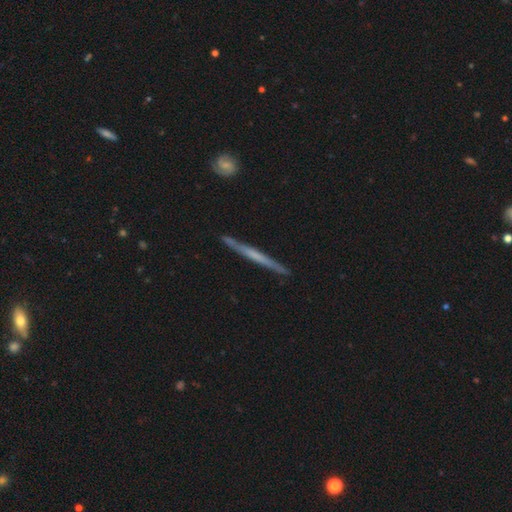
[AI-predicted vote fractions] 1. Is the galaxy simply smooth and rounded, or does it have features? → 61% featured or disk, 34% smooth, 5% star or artifact.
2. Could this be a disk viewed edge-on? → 97% yes, 3% no.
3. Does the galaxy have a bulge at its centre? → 75% none, 14% rounded, 11% boxy.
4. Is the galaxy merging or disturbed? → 88% none, 9% minor disturbance, 2% major disturbance, 2% merger.